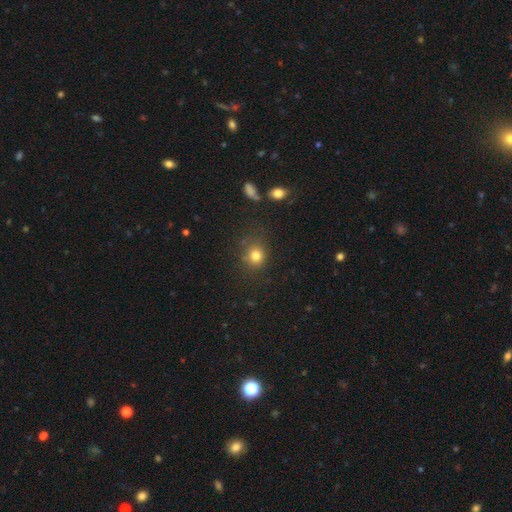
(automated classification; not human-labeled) A smooth galaxy with no disk features (80%) that is round (80%). Merging: none (76%).